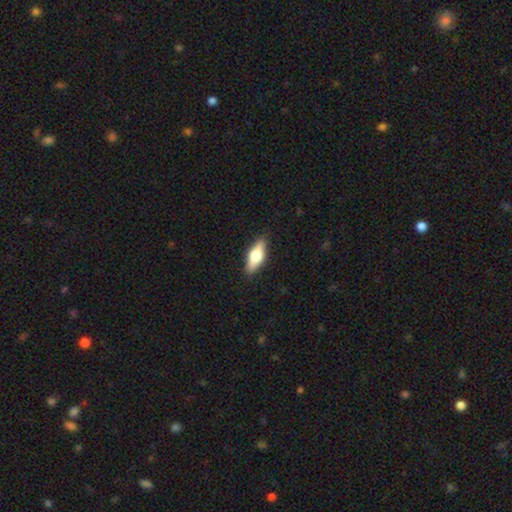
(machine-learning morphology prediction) Smooth or featured? Predicted: smooth (p=0.56). How rounded? Predicted: in between (p=0.65). Merging? Predicted: none (p=0.88).